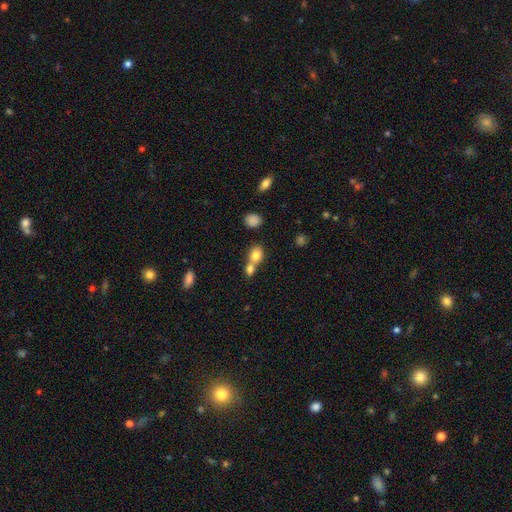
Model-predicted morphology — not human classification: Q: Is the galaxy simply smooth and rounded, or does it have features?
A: smooth — 79%.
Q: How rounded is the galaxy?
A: round — 58%.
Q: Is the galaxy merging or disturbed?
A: merger — 60%.